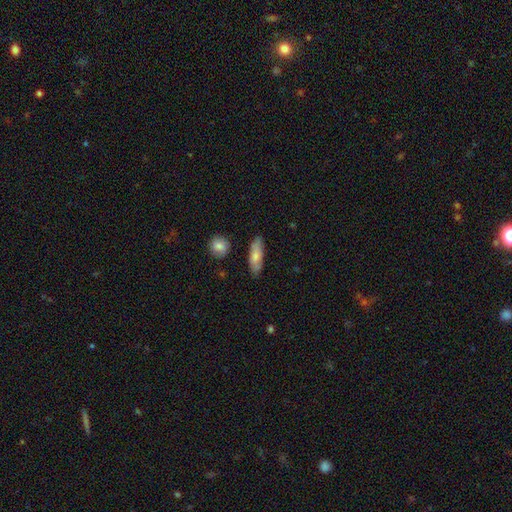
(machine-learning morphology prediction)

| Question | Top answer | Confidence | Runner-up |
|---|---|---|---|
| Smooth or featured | smooth | 74% | featured or disk (20%) |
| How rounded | in between | 61% | cigar-shaped (36%) |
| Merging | none | 80% | minor disturbance (14%) |